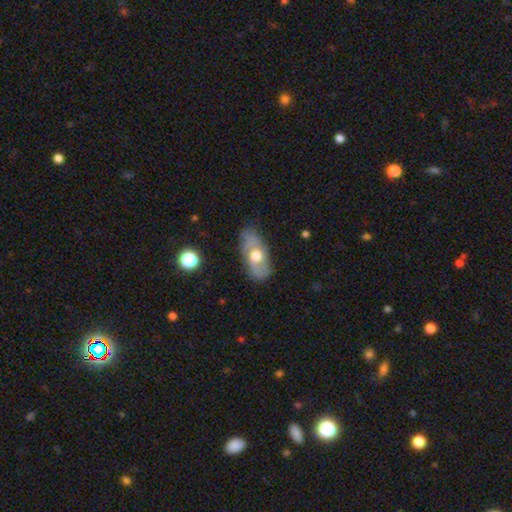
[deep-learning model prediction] Morphology: type=featured or disk (50%); merging=none (72%).